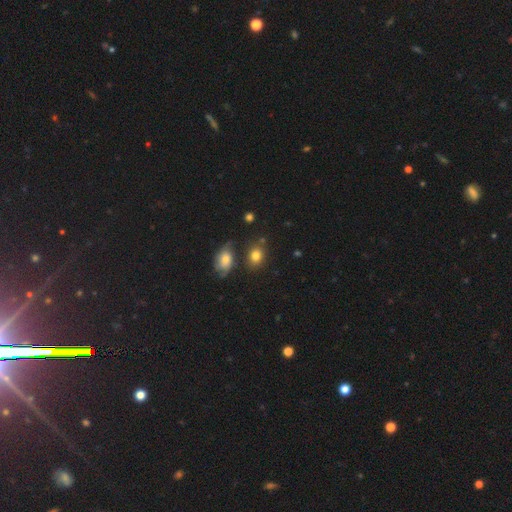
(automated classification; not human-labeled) Smooth or featured? Predicted: smooth (p=0.79). How rounded? Predicted: in between (p=0.52). Merging? Predicted: none (p=0.69).